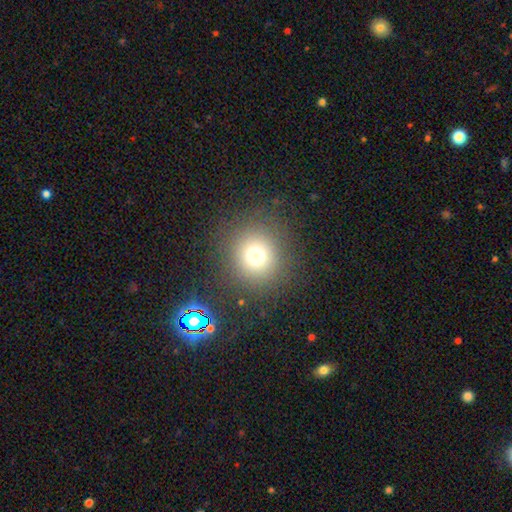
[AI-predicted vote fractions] Smooth or featured?
  - smooth: 71% *
  - star or artifact: 19%
  - featured or disk: 10%
How rounded?
  - round: 92% *
  - in between: 7%
  - cigar-shaped: 1%
Merging?
  - none: 86% *
  - minor disturbance: 7%
  - major disturbance: 5%
  - merger: 2%